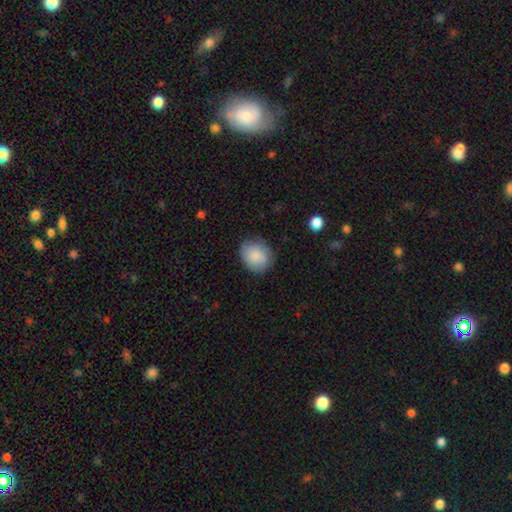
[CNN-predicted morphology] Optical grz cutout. It shows a smooth galaxy with no disk features (86%) that is round (58%). Merging: none (77%).